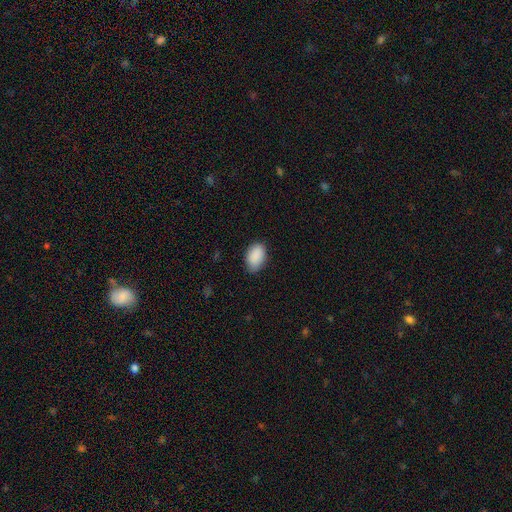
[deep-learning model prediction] Overall: smooth (90%). How rounded: in between (91%). Merging: none (80%).